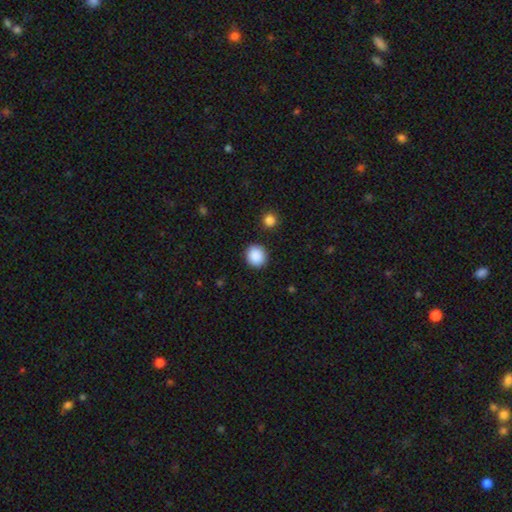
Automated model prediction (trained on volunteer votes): Smooth or featured? smooth (89%)
How rounded? round (90%)
Merging? none (90%)